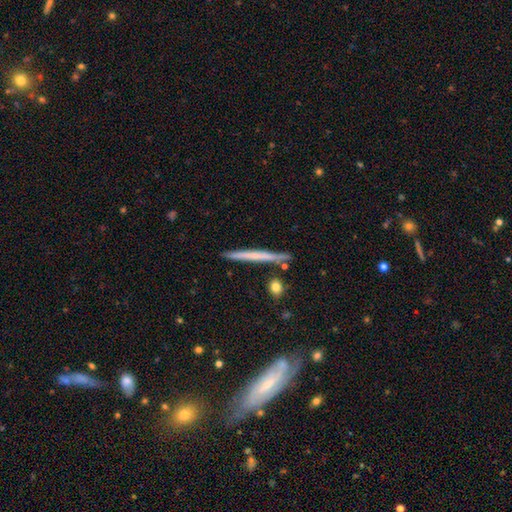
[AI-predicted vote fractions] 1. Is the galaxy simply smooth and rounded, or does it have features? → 51% featured or disk, 43% smooth, 6% star or artifact.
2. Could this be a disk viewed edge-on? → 96% yes, 4% no.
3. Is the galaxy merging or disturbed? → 87% none, 8% minor disturbance, 3% merger, 2% major disturbance.